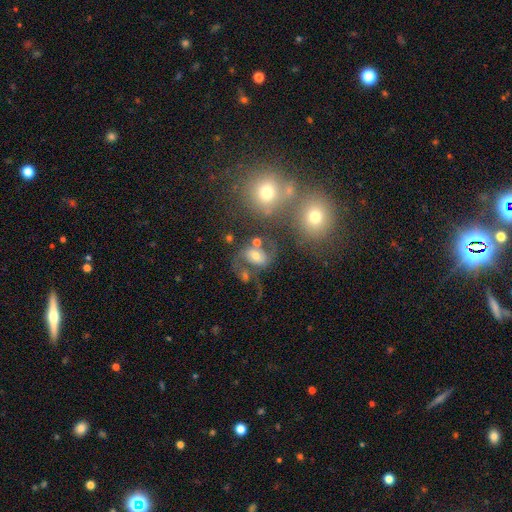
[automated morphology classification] smooth-or-featured: featured or disk: 52% | smooth: 34% | star or artifact: 14%
  disk-edge-on: no: 96% | yes: 4%
    bar: no: 53% | weak: 32% | strong: 14%
    has-spiral-arms: yes: 74% | no: 26%
    bulge-size: moderate: 63% | small: 21% | large: 10% | none: 3% | dominant: 2%
  merging: none: 46% | merger: 23% | minor disturbance: 16% | major disturbance: 15%